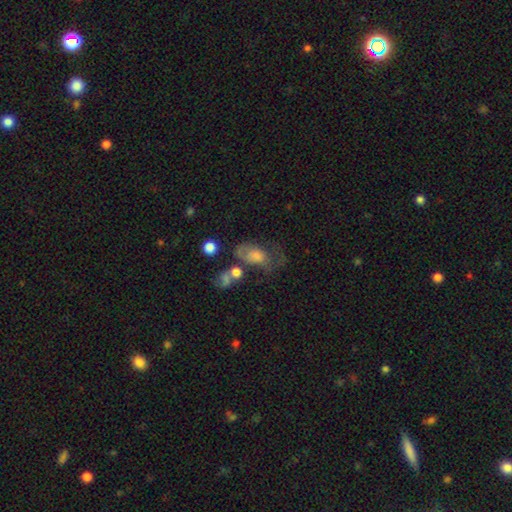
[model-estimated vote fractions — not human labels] This appears to be a smooth galaxy with no disk features (45%). Merging: none (35%).